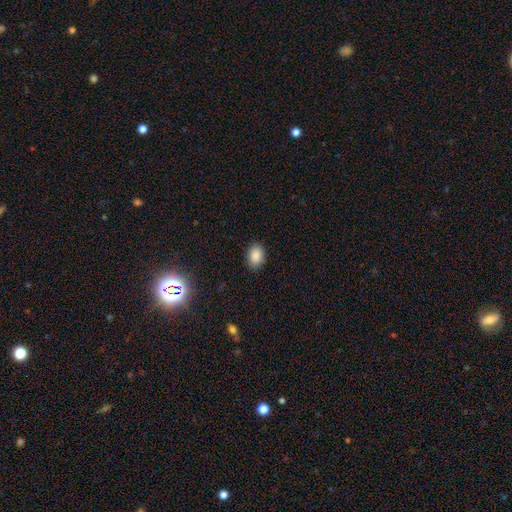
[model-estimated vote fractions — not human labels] Morphology: type=smooth (87%); roundness=in between (73%); merging=none (87%).